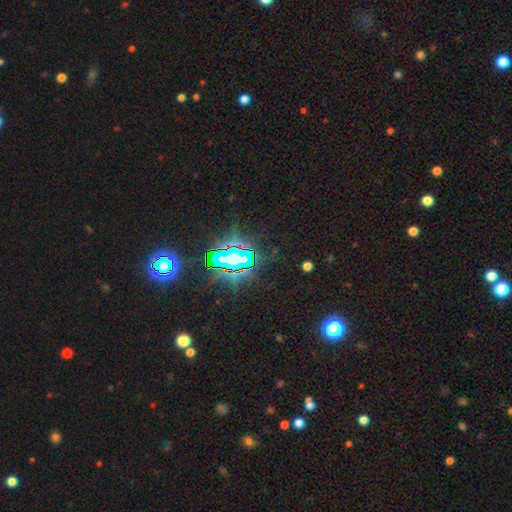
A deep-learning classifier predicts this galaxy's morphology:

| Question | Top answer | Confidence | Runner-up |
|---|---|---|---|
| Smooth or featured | star or artifact | 81% | smooth (11%) |